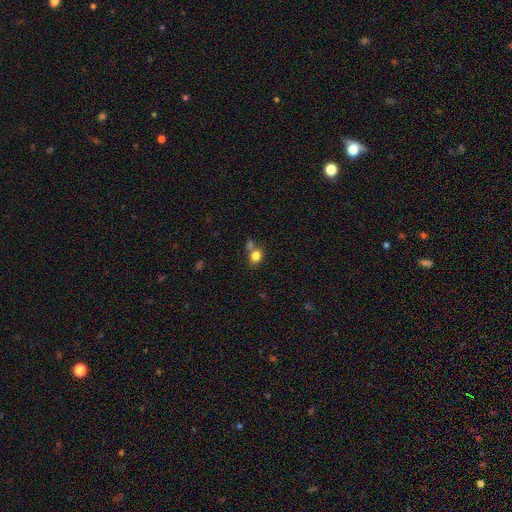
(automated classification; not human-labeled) The model was most divided on "how rounded": round: 59%, in between: 40%, cigar-shaped: 1%. More confident: smooth or featured — smooth (81%); merging — none (56%).